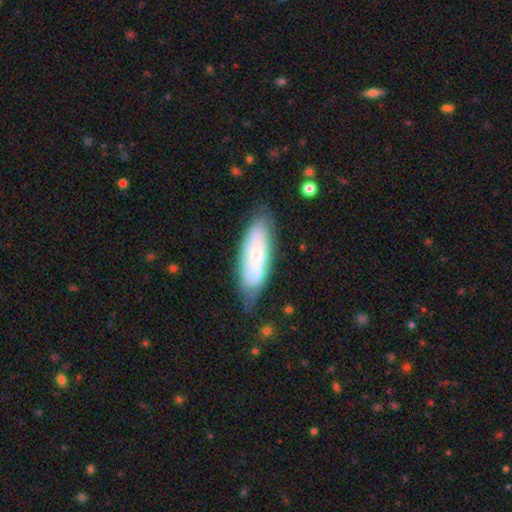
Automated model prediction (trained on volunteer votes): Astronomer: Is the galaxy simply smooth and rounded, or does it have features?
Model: smooth — 52% (runner-up: featured or disk, 42%).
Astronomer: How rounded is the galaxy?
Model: in between — 59% (runner-up: cigar-shaped, 39%).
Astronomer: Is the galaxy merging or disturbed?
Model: none — 62%.